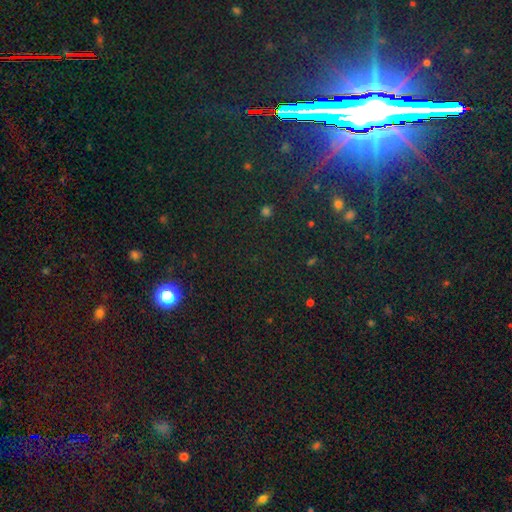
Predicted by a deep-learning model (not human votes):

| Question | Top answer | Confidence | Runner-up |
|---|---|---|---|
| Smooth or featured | star or artifact | 80% | smooth (10%) |